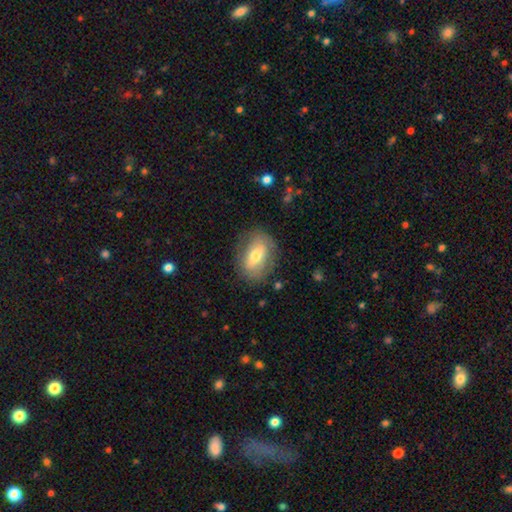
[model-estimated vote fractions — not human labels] The model was most divided on "smooth or featured": smooth: 55%, featured or disk: 38%, star or artifact: 7%. More confident: merging — none (78%); how rounded — in between (78%).